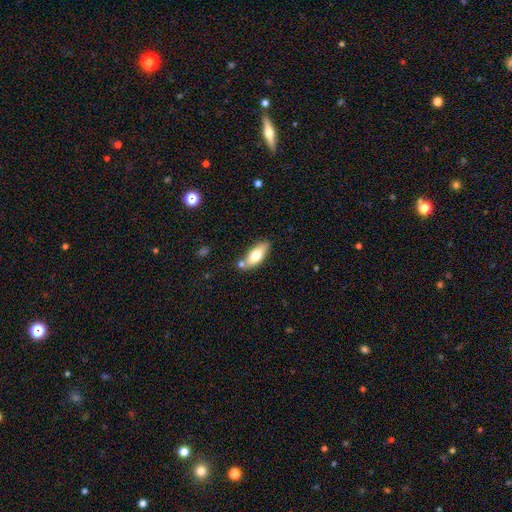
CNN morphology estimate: Overall: smooth (67%). How rounded: in between (73%). Merging: none (71%).